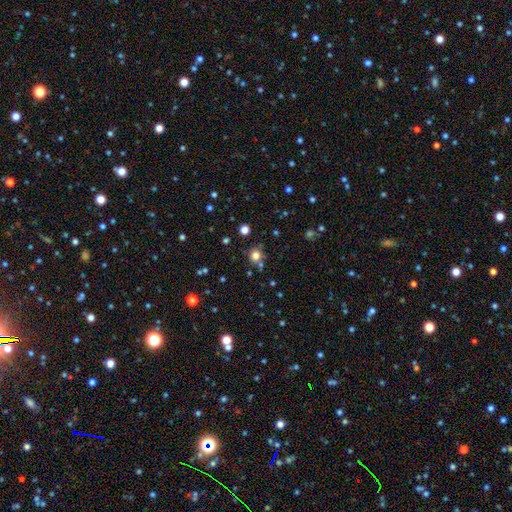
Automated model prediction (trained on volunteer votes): smooth_or_featured: smooth (p=0.76) [alt: star or artifact p=0.17]
how_rounded: round (p=0.89) [alt: in between p=0.10]
merging: none (p=0.75) [alt: minor disturbance p=0.11]